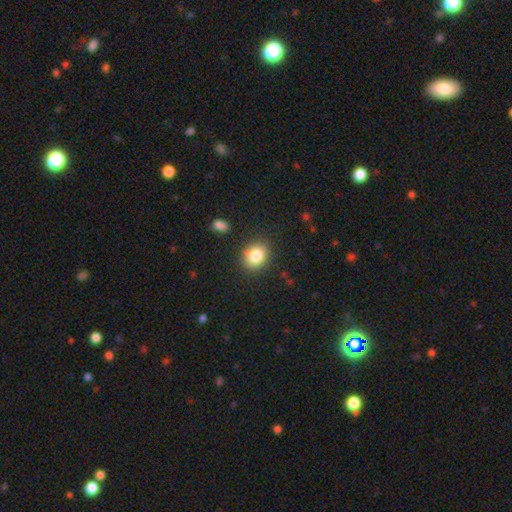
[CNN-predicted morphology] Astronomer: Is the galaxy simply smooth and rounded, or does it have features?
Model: smooth — 83%.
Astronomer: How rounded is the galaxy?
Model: round — 55% (runner-up: in between, 44%).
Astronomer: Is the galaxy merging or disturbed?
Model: none — 87%.